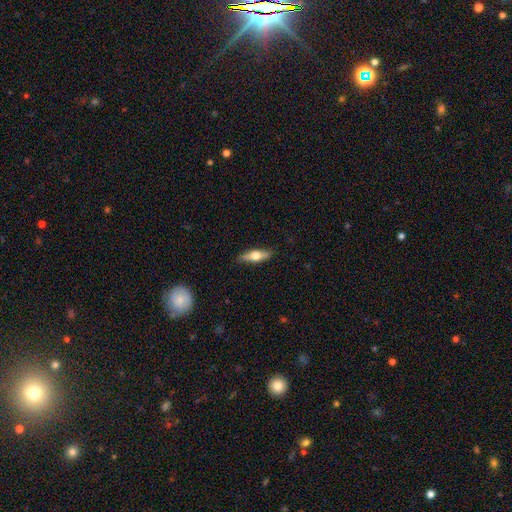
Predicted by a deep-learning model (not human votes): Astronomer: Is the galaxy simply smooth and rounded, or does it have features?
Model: smooth — 51% (runner-up: featured or disk, 43%).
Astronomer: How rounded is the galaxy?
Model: cigar-shaped — 55% (runner-up: in between, 43%).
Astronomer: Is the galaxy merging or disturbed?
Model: none — 87%.